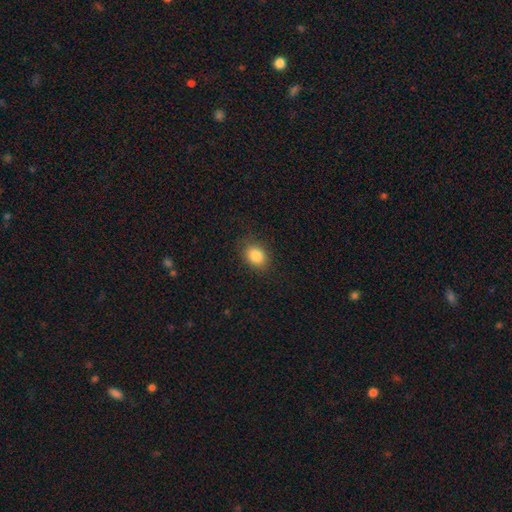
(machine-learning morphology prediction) smooth 84%, star or artifact 9%, featured or disk 6%. Down the decision tree: how rounded — in between (62%); merging — none (84%).